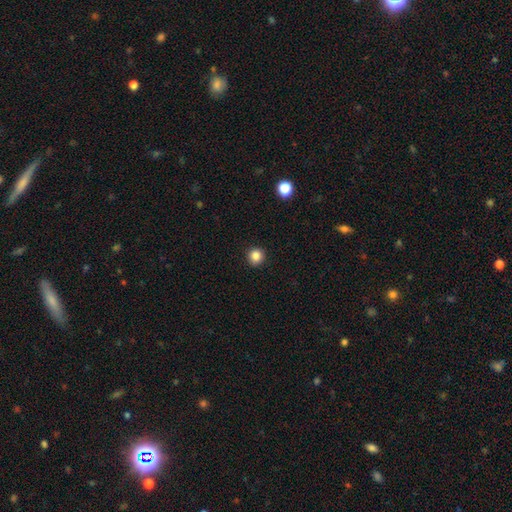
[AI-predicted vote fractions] Q: Smooth or featured?
A: smooth (85%); runner-up: star or artifact (11%)
Q: How rounded?
A: round (93%); runner-up: in between (6%)
Q: Merging?
A: none (92%); runner-up: minor disturbance (5%)